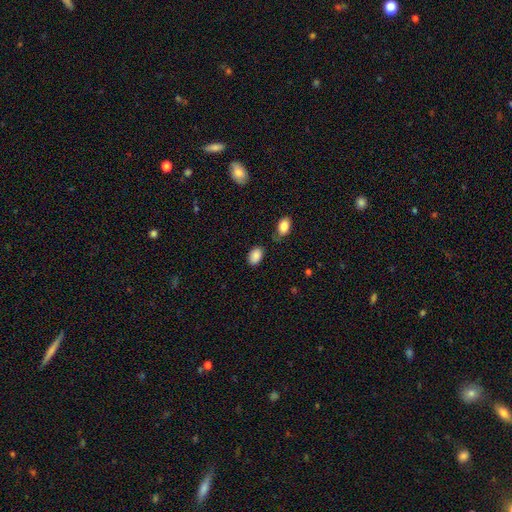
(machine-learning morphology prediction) type=smooth (88%); roundness=in between (87%); merging=none (72%).